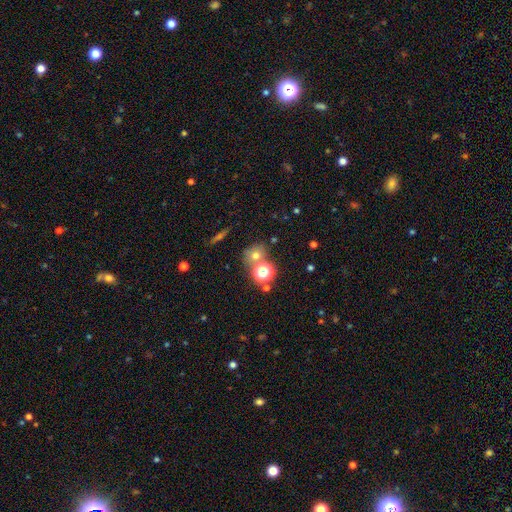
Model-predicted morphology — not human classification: smooth-or-featured: smooth: 63% | star or artifact: 26% | featured or disk: 11%
  how-rounded: round: 73% | in between: 25% | cigar-shaped: 2%
  merging: none: 66% | merger: 20% | minor disturbance: 10% | major disturbance: 4%